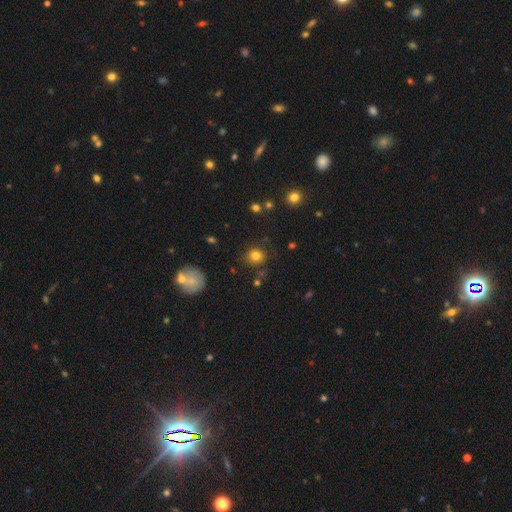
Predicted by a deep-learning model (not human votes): Smooth or featured: smooth — 80% (star or artifact — 13%)
How rounded: round — 86% (in between — 13%)
Merging: none — 82% (minor disturbance — 11%)